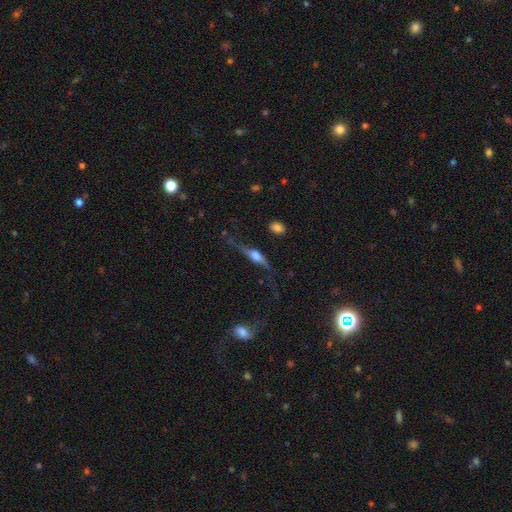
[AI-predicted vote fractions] This appears to be a featured or disk galaxy (69%) viewed edge-on (78%) with a rounded central bulge (78%). Merging: none (54%).